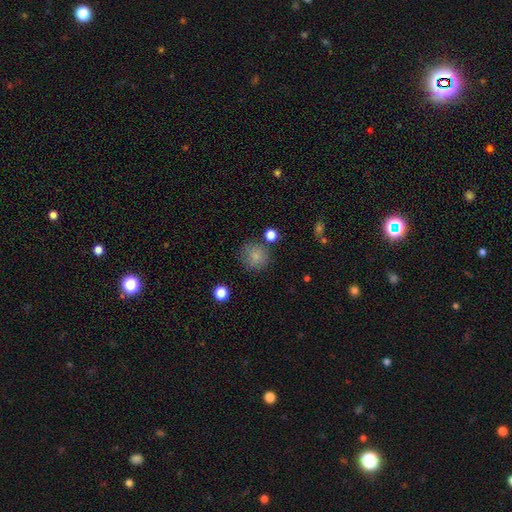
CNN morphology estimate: A smooth galaxy with no disk features (82%) that is round (91%). Merging: none (78%).